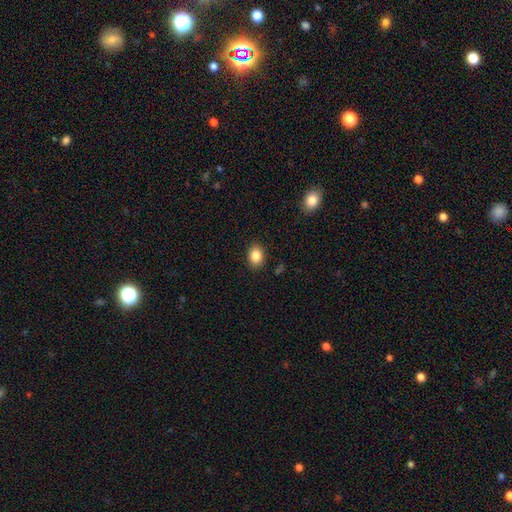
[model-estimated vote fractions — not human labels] A smooth galaxy with no disk features (85%) that is in between round and cigar-shaped (66%). Merging: none (88%).